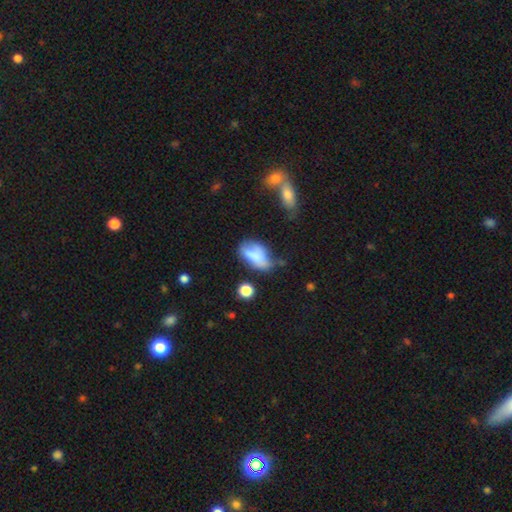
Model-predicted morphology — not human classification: The model was most divided on "merging": minor disturbance: 34%, none: 30%, major disturbance: 25%, merger: 11%. More confident: how rounded — in between (88%); smooth or featured — smooth (63%).